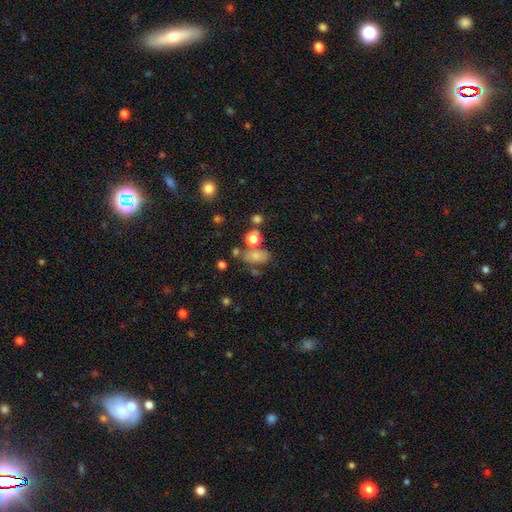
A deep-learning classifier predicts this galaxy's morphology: Q: Smooth or featured?
A: smooth (71%); runner-up: star or artifact (14%)
Q: How rounded?
A: in between (78%); runner-up: round (19%)
Q: Merging?
A: none (55%); runner-up: merger (20%)